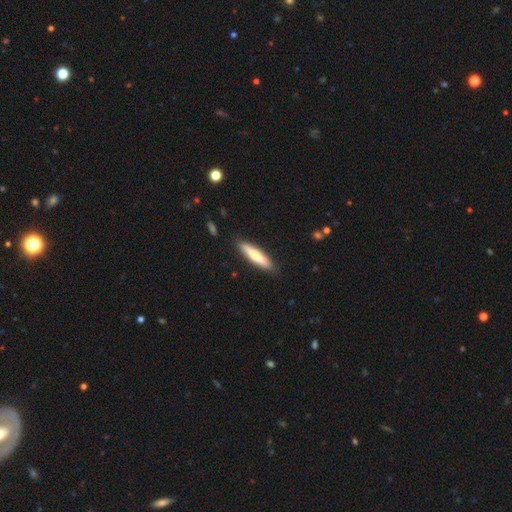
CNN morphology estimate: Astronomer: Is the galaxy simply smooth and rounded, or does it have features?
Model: smooth — 70%.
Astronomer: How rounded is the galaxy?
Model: cigar-shaped — 81%.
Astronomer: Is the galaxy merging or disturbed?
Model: none — 87%.